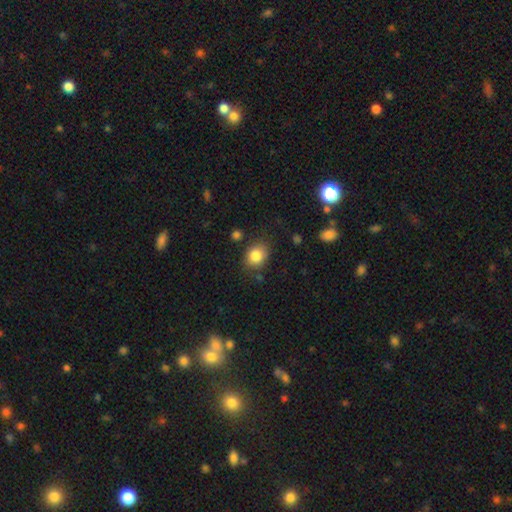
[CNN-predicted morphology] This is clearly a smooth galaxy (84%). How rounded: possibly round (52%). Merging: likely none (77%).